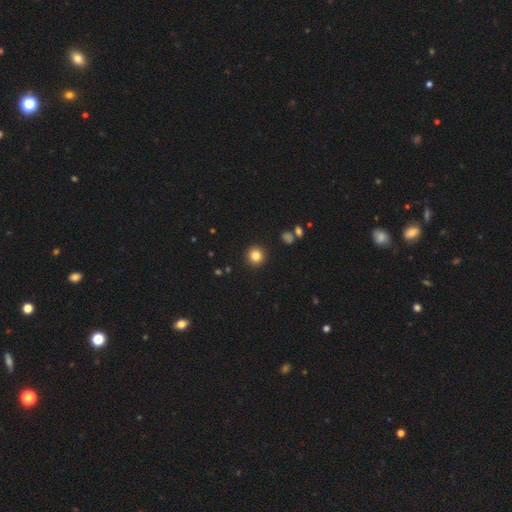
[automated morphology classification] type=smooth (82%); roundness=round (94%); merging=none (92%).